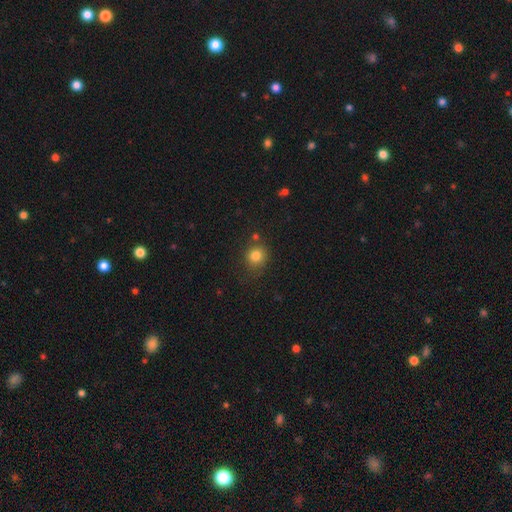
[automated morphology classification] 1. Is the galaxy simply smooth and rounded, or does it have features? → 80% smooth, 13% star or artifact, 7% featured or disk.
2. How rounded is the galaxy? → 85% round, 14% in between, 1% cigar-shaped.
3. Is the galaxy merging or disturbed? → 74% none, 14% minor disturbance, 8% merger, 5% major disturbance.